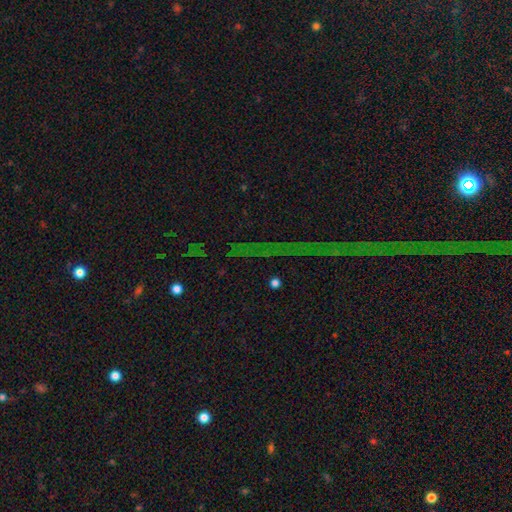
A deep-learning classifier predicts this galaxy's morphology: star or artifact 82%, featured or disk 10%, smooth 9%.